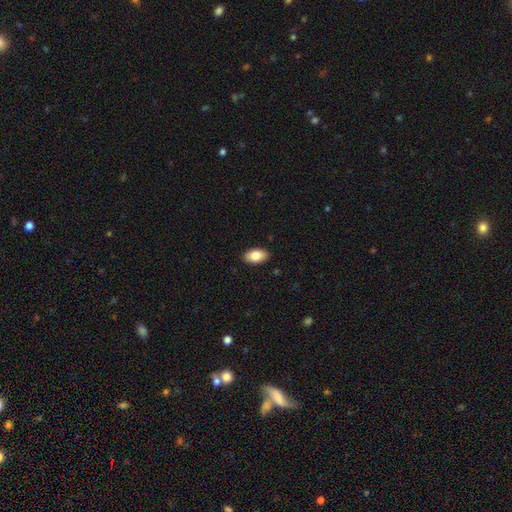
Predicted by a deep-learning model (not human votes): Q: Smooth or featured?
A: smooth (82%); runner-up: featured or disk (11%)
Q: How rounded?
A: in between (94%); runner-up: round (4%)
Q: Merging?
A: none (89%); runner-up: minor disturbance (8%)